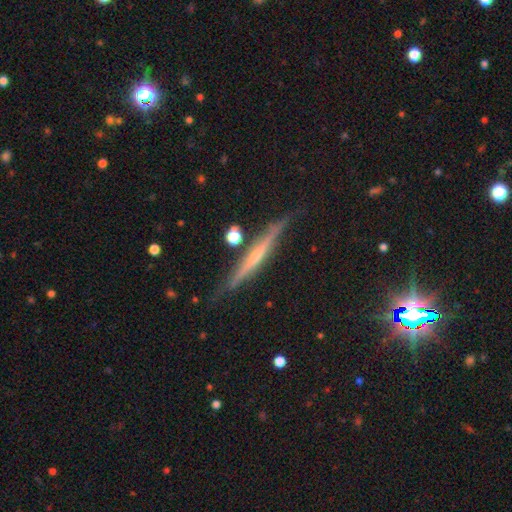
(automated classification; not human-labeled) The model was most divided on "edge-on bulge": none: 47%, rounded: 44%, boxy: 8%. More confident: edge-on disk — yes (96%); merging — none (83%); smooth or featured — featured or disk (68%).